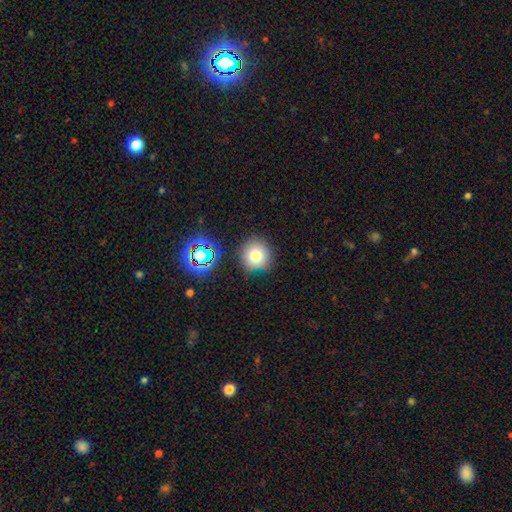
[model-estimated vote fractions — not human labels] A smooth galaxy with no disk features (73%) that is round (92%).

Vote fractions:
- Smooth or featured? smooth: 73% / star or artifact: 17% / featured or disk: 10%
- How rounded? round: 92% / in between: 7% / cigar-shaped: 1%
- Merging? none: 81% / minor disturbance: 12% / merger: 4% / major disturbance: 3%